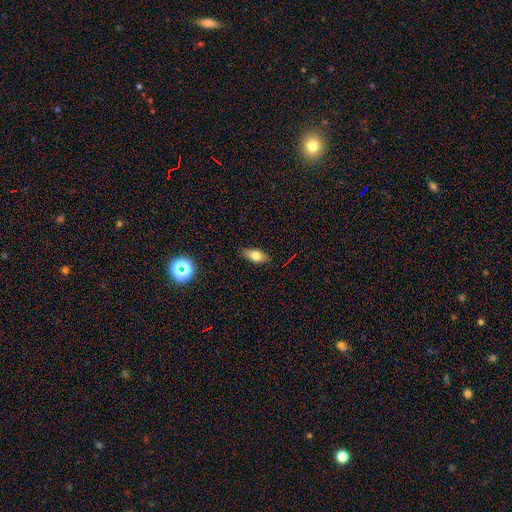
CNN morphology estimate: Overall: smooth (72%). How rounded: in between (81%). Merging: none (83%).